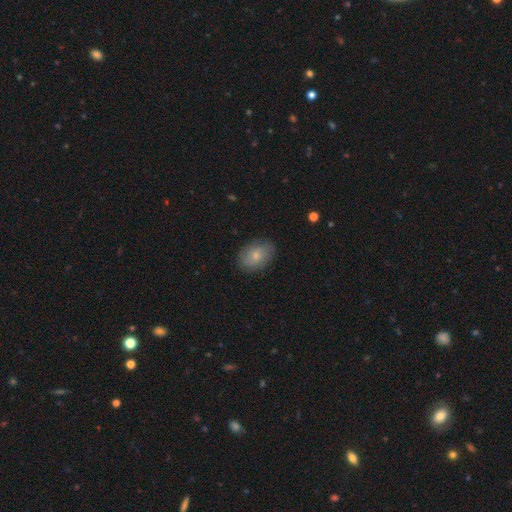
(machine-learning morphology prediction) Overall: smooth (73%). How rounded: in between (79%). Merging: none (83%).